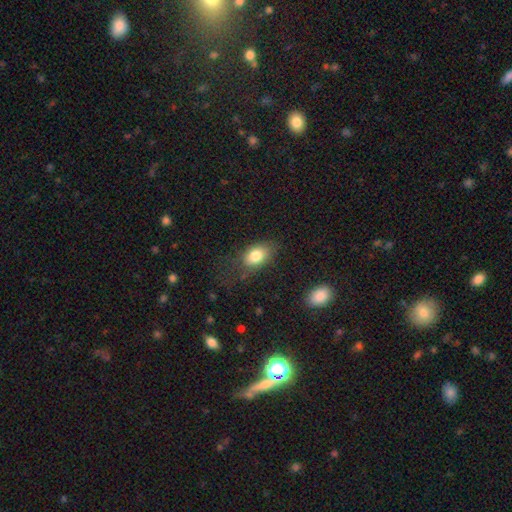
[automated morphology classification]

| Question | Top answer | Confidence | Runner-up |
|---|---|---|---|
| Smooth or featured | smooth | 80% | featured or disk (11%) |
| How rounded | in between | 82% | round (16%) |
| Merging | none | 65% | minor disturbance (21%) |